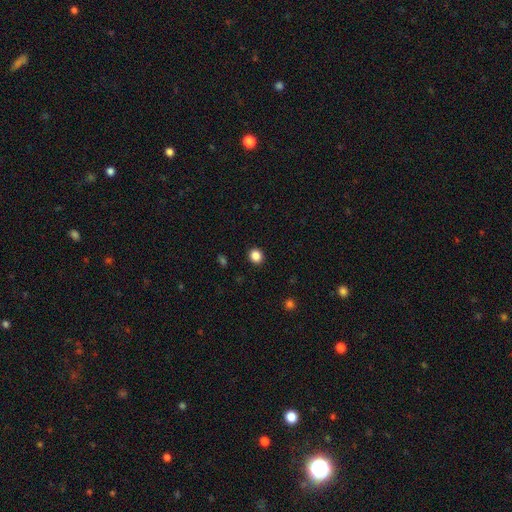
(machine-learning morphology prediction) A smooth galaxy with no disk features (86%) that is round (81%).

Vote fractions:
- Smooth or featured? smooth: 86% / star or artifact: 11% / featured or disk: 3%
- How rounded? round: 81% / in between: 18% / cigar-shaped: 1%
- Merging? none: 92% / minor disturbance: 6% / major disturbance: 2% / merger: 1%